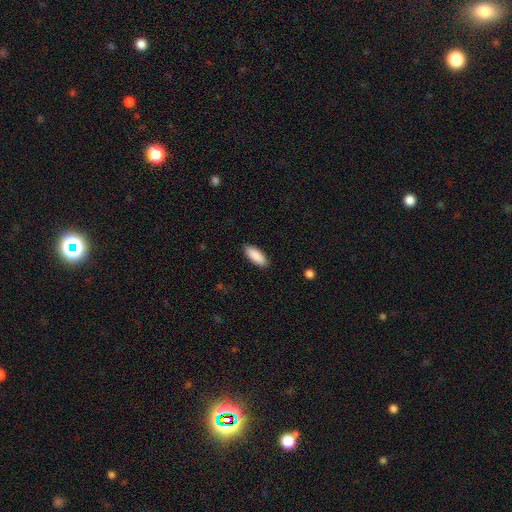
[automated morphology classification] A smooth galaxy with no disk features (90%) that is in between round and cigar-shaped (76%).

Vote fractions:
- Smooth or featured? smooth: 90% / star or artifact: 6% / featured or disk: 4%
- How rounded? in between: 76% / cigar-shaped: 22% / round: 2%
- Merging? none: 89% / minor disturbance: 8% / major disturbance: 2% / merger: 1%